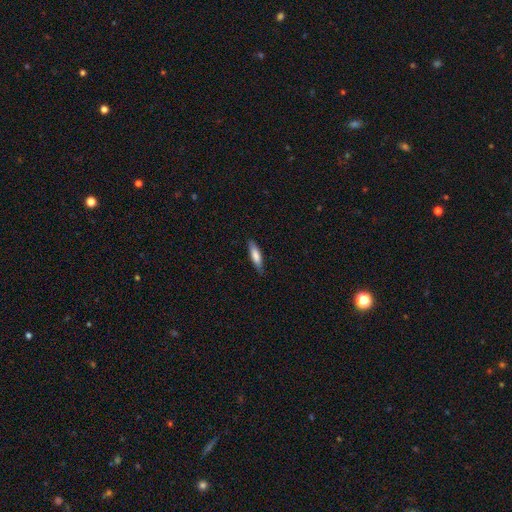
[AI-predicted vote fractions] A smooth galaxy with no disk features (77%) that is cigar-shaped (66%).

Vote fractions:
- Smooth or featured? smooth: 77% / featured or disk: 17% / star or artifact: 6%
- How rounded? cigar-shaped: 66% / in between: 32% / round: 1%
- Merging? none: 81% / minor disturbance: 15% / major disturbance: 3% / merger: 1%